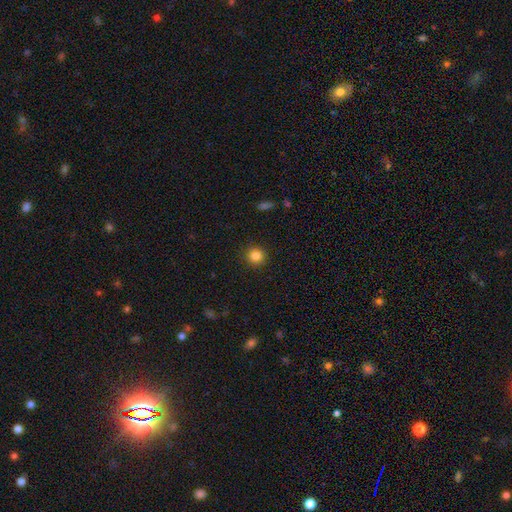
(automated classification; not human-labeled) Q: Smooth or featured?
A: smooth (84%); runner-up: star or artifact (11%)
Q: How rounded?
A: round (93%); runner-up: in between (6%)
Q: Merging?
A: none (92%); runner-up: minor disturbance (5%)